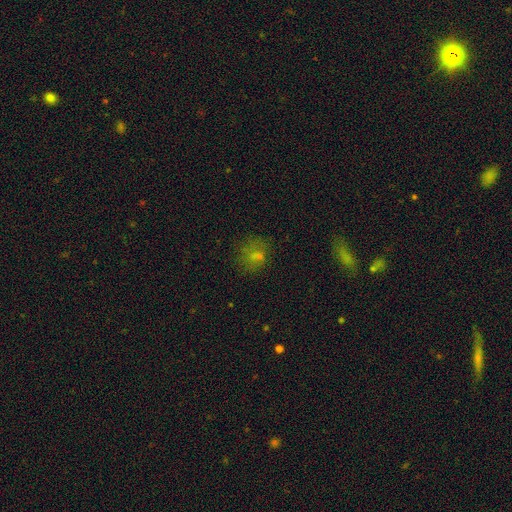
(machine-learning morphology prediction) Q: Smooth or featured?
A: smooth (61%); runner-up: star or artifact (22%)
Q: How rounded?
A: round (64%); runner-up: in between (34%)
Q: Merging?
A: none (59%); runner-up: minor disturbance (19%)